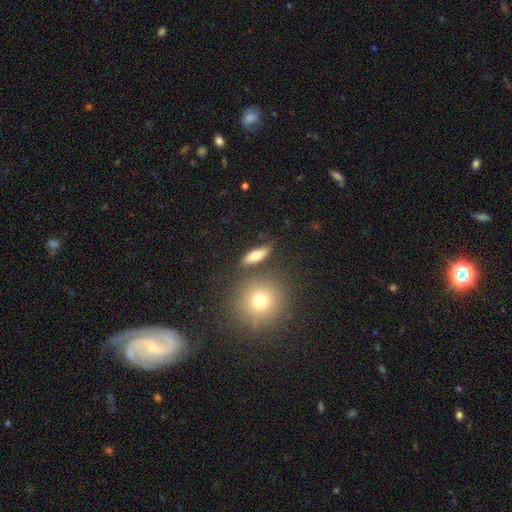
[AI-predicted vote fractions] This is likely a smooth galaxy (74%). How rounded: possibly in between (57%). Merging: likely none (75%).